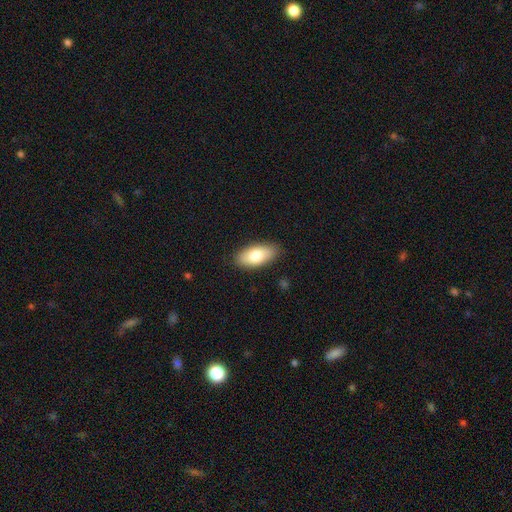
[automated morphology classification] This is clearly a smooth galaxy (81%). How rounded: clearly in between (89%). Merging: clearly none (86%).